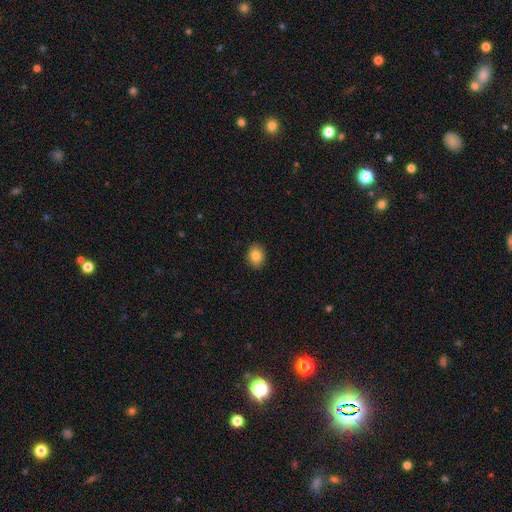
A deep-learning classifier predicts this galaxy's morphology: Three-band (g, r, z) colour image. It shows a smooth galaxy with no disk features (84%) that is in between round and cigar-shaped (60%). Merging: none (90%).